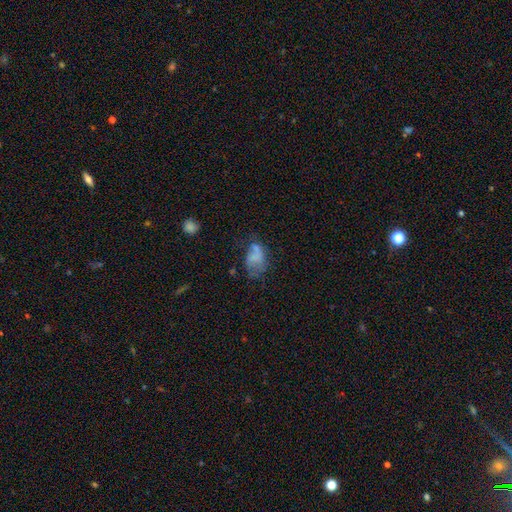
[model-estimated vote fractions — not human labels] smooth 58%, featured or disk 30%, star or artifact 13%. Down the decision tree: how rounded — in between (83%); merging — major disturbance (31%).